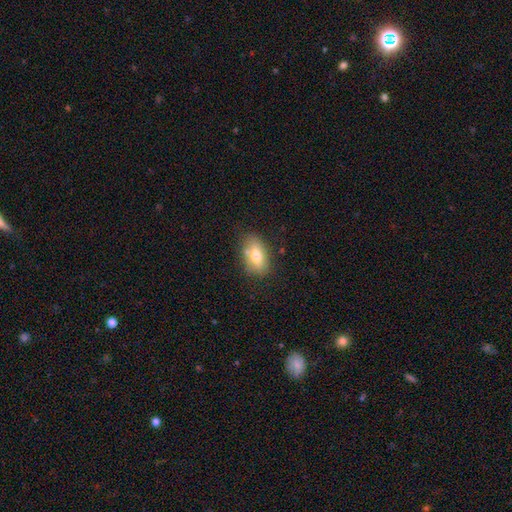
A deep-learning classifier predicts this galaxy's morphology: Q: Smooth or featured?
A: smooth (72%); runner-up: featured or disk (20%)
Q: How rounded?
A: in between (87%); runner-up: round (8%)
Q: Merging?
A: none (72%); runner-up: minor disturbance (18%)